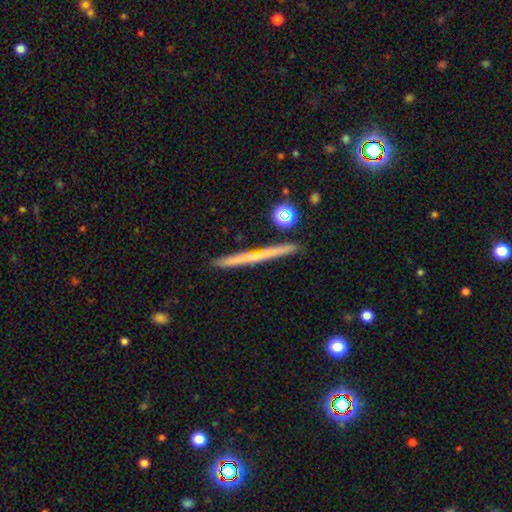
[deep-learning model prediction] The model was most divided on "smooth or featured": featured or disk: 55%, smooth: 37%, star or artifact: 9%. More confident: edge-on disk — yes (97%); merging — none (89%); edge-on bulge — none (75%).